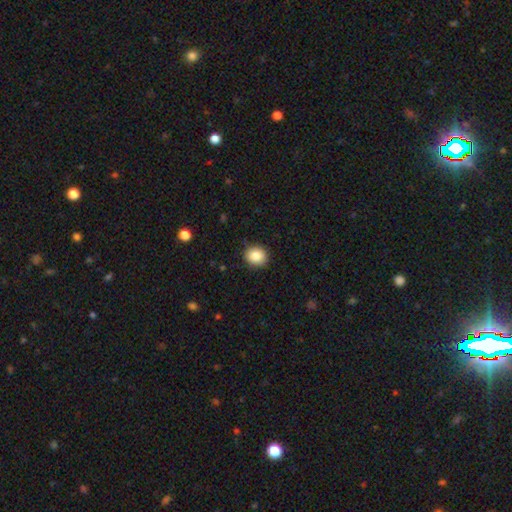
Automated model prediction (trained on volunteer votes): Smooth or featured? Predicted: smooth (p=0.85). How rounded? Predicted: round (p=0.75). Merging? Predicted: none (p=0.89).